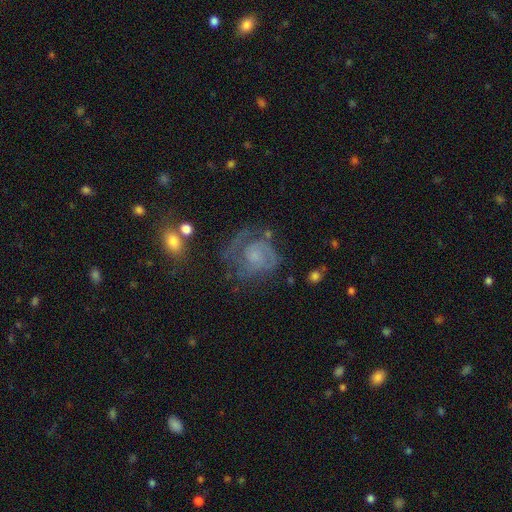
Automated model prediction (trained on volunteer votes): This is likely a featured or disk galaxy (75%). It is clearly not viewed edge-on (98%). Bar: likely no (70%). Spiral arm pattern: clearly yes (89%). Spiral arm count: marginally 2 (44%). Spiral winding: possibly tight (48%). Central bulge: possibly small (48%). Merging: possibly none (55%).